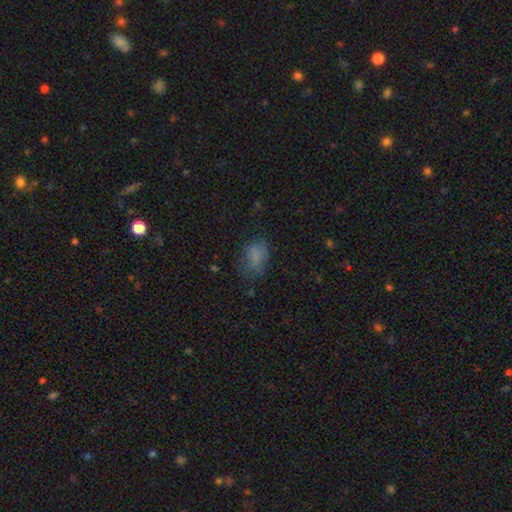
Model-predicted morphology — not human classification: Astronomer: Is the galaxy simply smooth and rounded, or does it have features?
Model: smooth — 68%.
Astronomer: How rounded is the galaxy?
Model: in between — 80%.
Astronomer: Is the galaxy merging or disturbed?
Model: none — 57%.